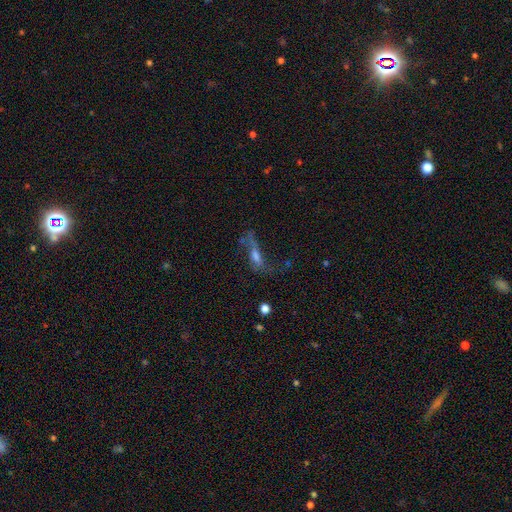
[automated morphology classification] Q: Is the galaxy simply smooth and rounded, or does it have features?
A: featured or disk — 54%.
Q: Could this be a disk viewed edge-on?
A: no — 68%.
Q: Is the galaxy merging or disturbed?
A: major disturbance — 38%.